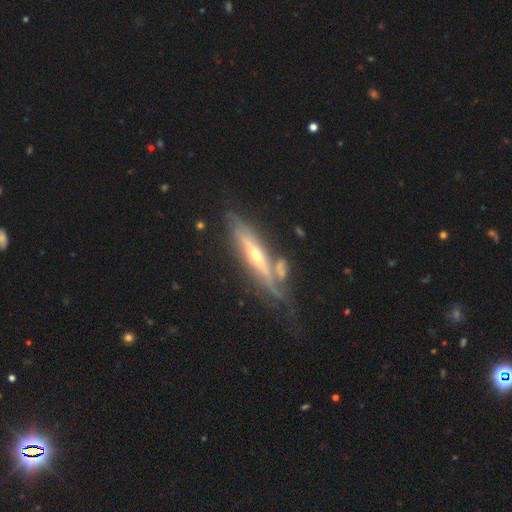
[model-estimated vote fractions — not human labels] featured or disk 80%, smooth 14%, star or artifact 6%. Down the decision tree: edge-on disk — yes (72%); edge-on bulge — rounded (82%); merging — none (51%).